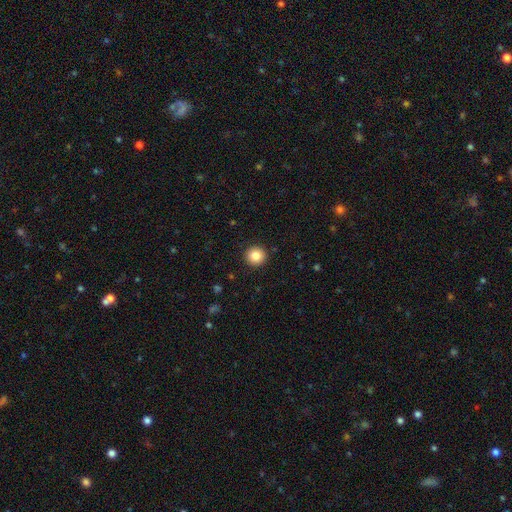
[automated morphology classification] smooth-or-featured: smooth: 85% | star or artifact: 10% | featured or disk: 5%
  how-rounded: round: 95% | in between: 4% | cigar-shaped: 1%
  merging: none: 93% | minor disturbance: 5% | major disturbance: 2% | merger: 1%